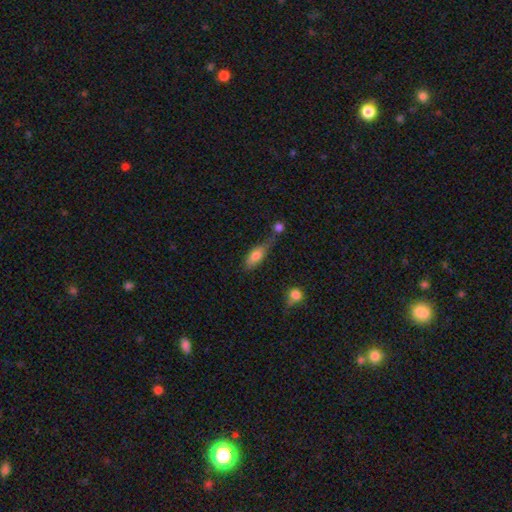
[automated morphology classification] Overall: smooth (77%). How rounded: in between (73%). Merging: none (41%; merger 25%).